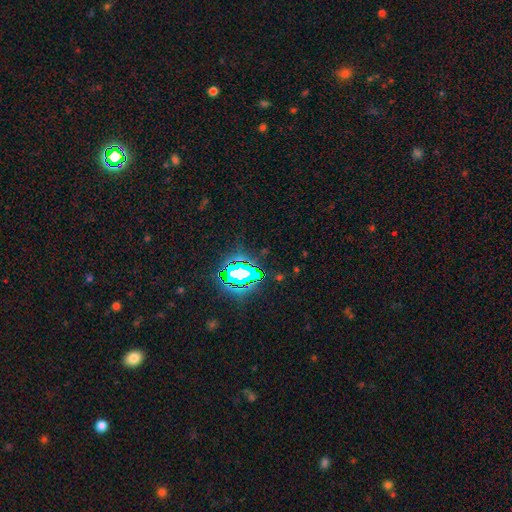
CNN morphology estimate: smooth-or-featured: star or artifact: 76% | smooth: 15% | featured or disk: 9%